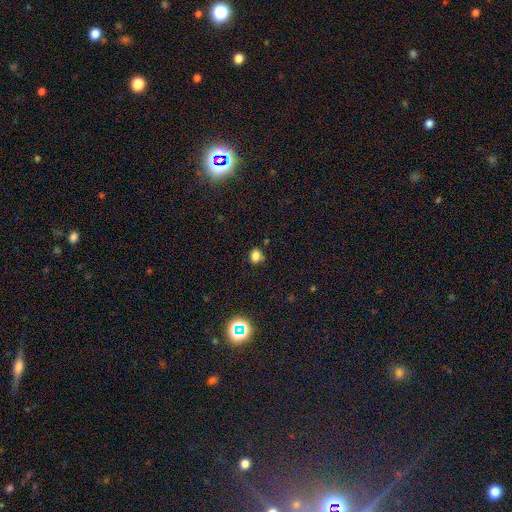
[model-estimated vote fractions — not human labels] Smooth or featured: smooth — 78% (star or artifact — 16%)
How rounded: round — 58% (in between — 41%)
Merging: none — 75% (minor disturbance — 17%)